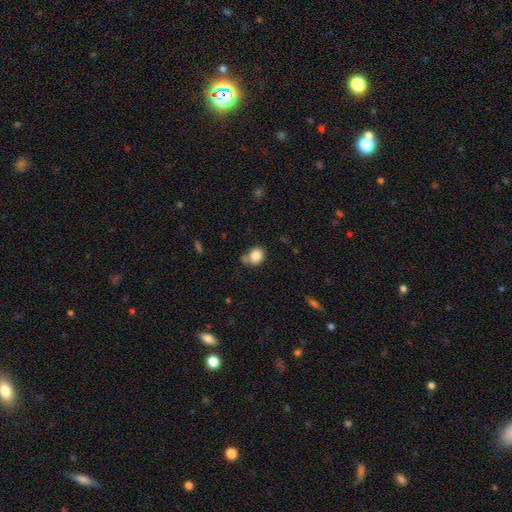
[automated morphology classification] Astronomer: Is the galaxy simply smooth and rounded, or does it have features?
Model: smooth — 84%.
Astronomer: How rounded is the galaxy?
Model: round — 62% (runner-up: in between, 37%).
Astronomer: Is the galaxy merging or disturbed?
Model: none — 56%.